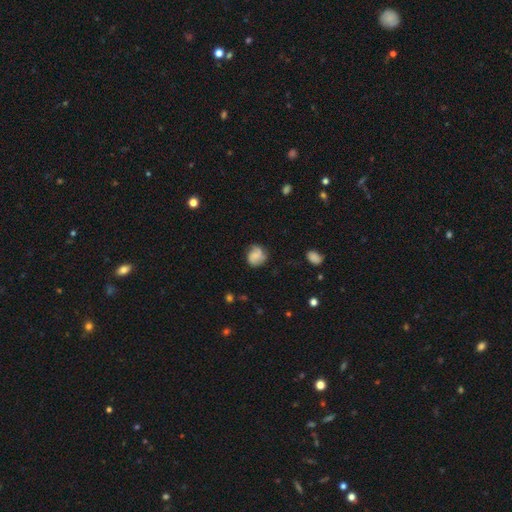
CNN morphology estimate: Smooth or featured?
  - smooth: 51% *
  - featured or disk: 40%
  - star or artifact: 9%
How rounded?
  - round: 71% *
  - in between: 28%
  - cigar-shaped: 1%
Merging?
  - none: 64% *
  - minor disturbance: 24%
  - major disturbance: 9%
  - merger: 3%